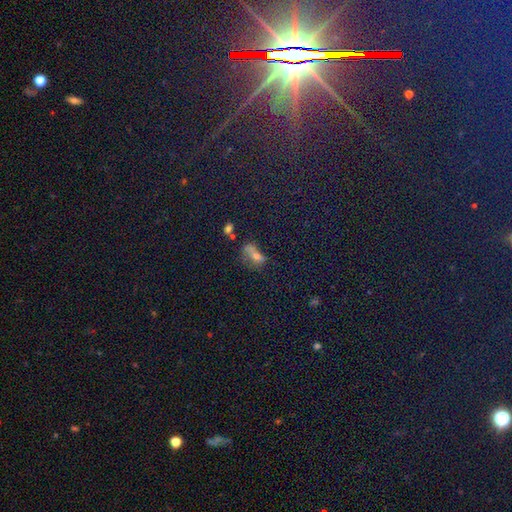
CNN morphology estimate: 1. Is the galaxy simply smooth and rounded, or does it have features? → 53% star or artifact, 33% smooth, 13% featured or disk.